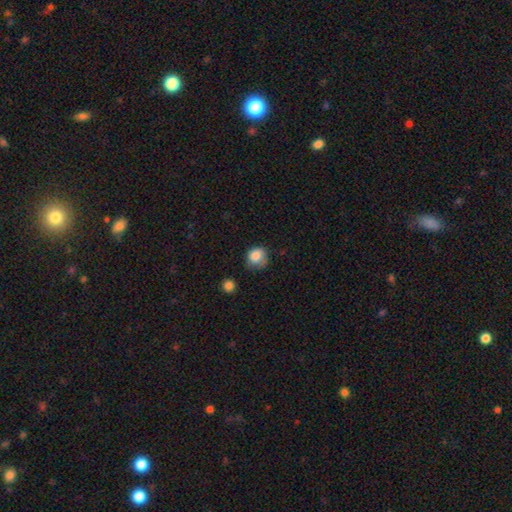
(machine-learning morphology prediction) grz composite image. It shows a smooth galaxy with no disk features (83%) that is round (79%). Merging: none (54%).